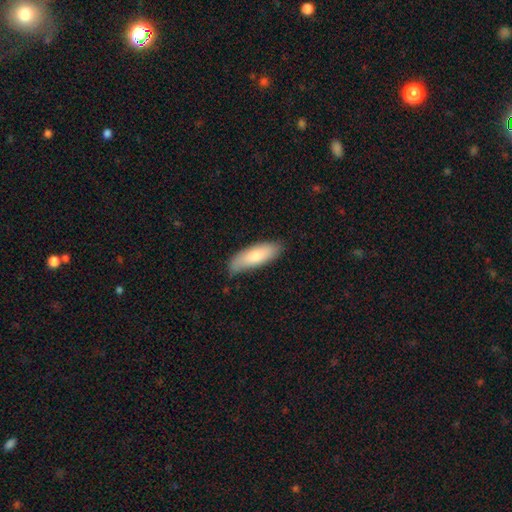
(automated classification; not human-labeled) The model was most divided on "how rounded": in between: 62%, cigar-shaped: 36%, round: 2%. More confident: smooth or featured — smooth (79%); merging — none (78%).